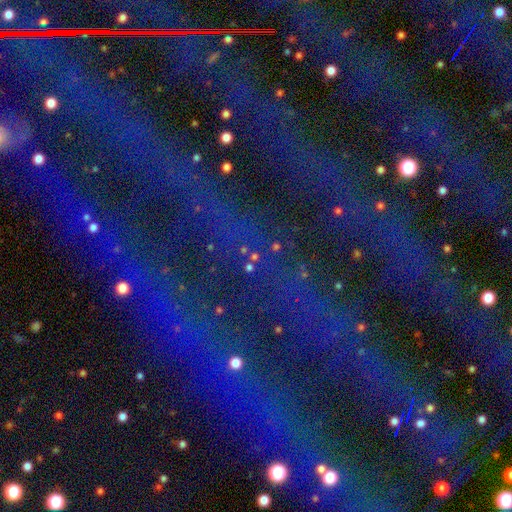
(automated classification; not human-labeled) smooth-or-featured: star or artifact: 77% | featured or disk: 15% | smooth: 8%